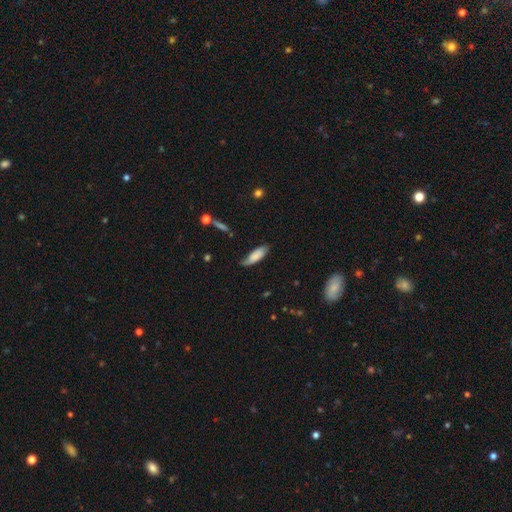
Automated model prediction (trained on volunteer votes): A smooth galaxy with no disk features (77%) that is in between round and cigar-shaped (68%). Merging: none (63%).